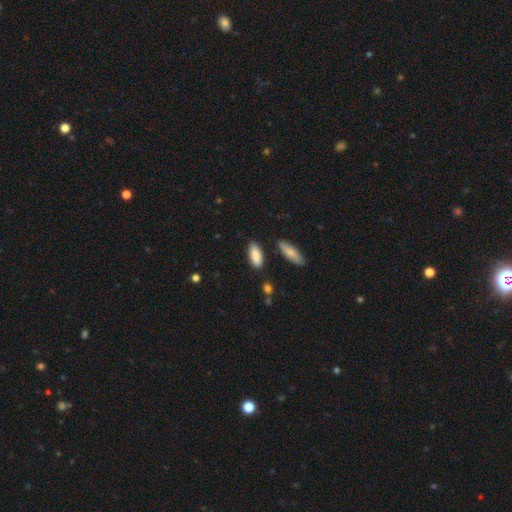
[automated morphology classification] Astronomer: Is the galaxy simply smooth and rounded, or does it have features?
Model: smooth — 86%.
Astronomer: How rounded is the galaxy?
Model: in between — 82%.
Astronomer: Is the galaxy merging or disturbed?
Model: none — 83%.